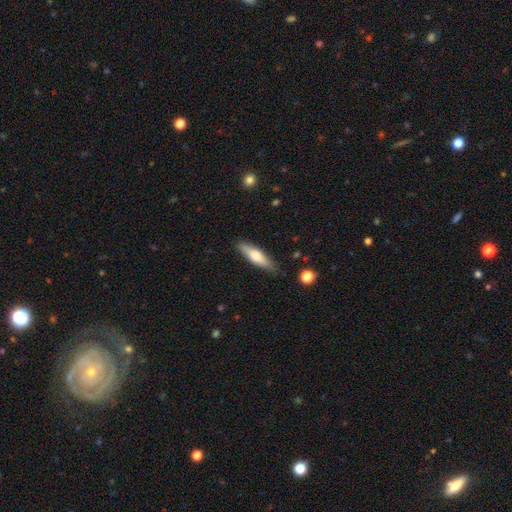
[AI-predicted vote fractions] Smooth or featured? smooth (59%)
How rounded? cigar-shaped (66%)
Merging? none (85%)